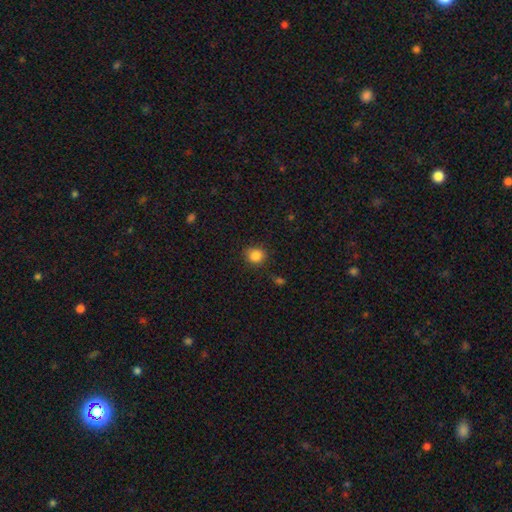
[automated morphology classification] type=smooth (85%); roundness=round (79%); merging=none (84%).